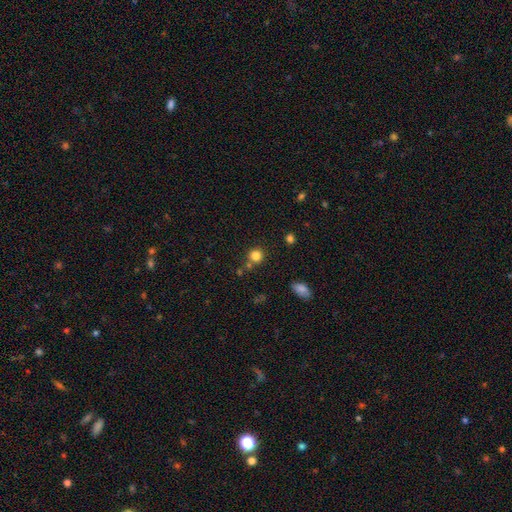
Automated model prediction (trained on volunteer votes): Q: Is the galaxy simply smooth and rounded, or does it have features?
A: smooth — 81%.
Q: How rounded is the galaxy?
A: round — 91%.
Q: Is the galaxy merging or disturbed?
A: none — 73%.